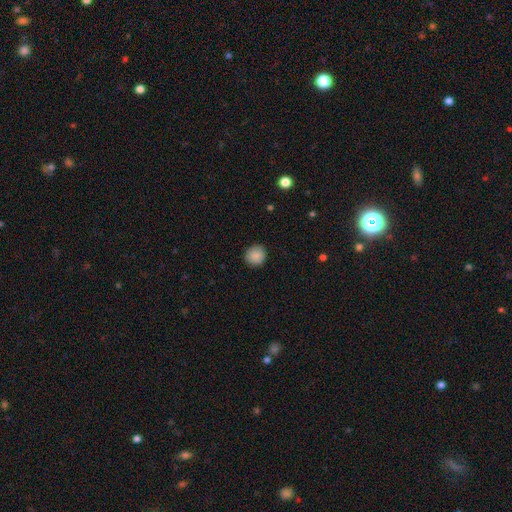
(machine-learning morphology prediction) A smooth galaxy with no disk features (88%) that is round (90%).

Vote fractions:
- Smooth or featured? smooth: 88% / star or artifact: 8% / featured or disk: 4%
- How rounded? round: 90% / in between: 9% / cigar-shaped: 1%
- Merging? none: 89% / minor disturbance: 8% / major disturbance: 2% / merger: 1%